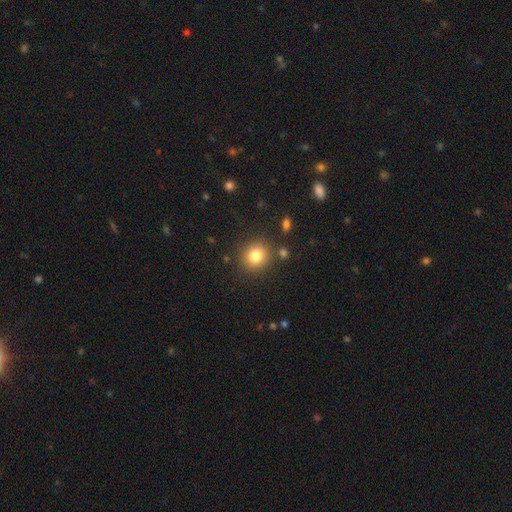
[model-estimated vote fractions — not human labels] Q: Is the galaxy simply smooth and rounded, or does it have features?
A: smooth — 82%.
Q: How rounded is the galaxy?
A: round — 85%.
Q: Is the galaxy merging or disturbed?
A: none — 85%.